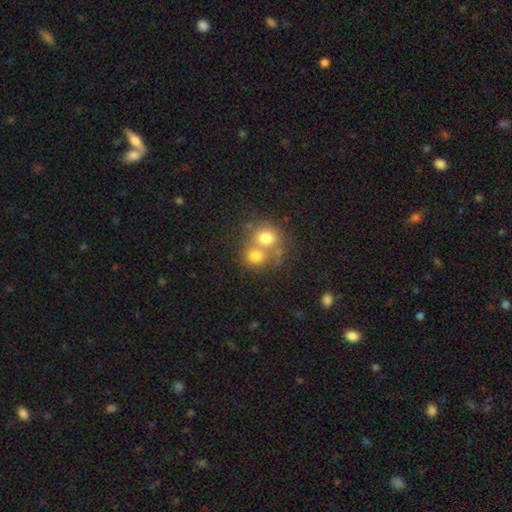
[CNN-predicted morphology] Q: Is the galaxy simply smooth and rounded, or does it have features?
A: smooth — 72%.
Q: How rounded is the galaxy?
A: round — 76%.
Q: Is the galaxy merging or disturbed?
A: merger — 58%.